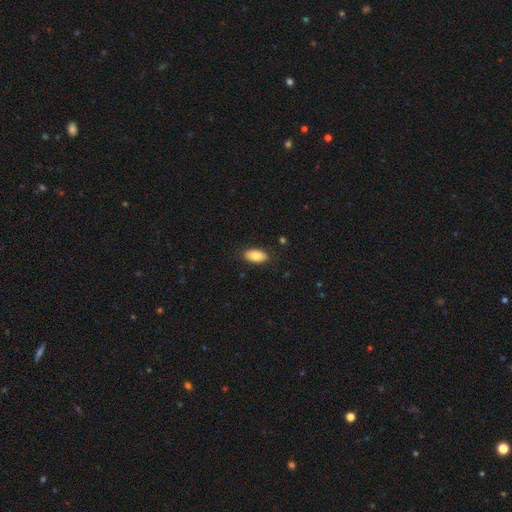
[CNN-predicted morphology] smooth_or_featured: smooth (p=0.84) [alt: featured or disk p=0.10]
how_rounded: in between (p=0.93) [alt: cigar-shaped p=0.04]
merging: none (p=0.87) [alt: minor disturbance p=0.10]